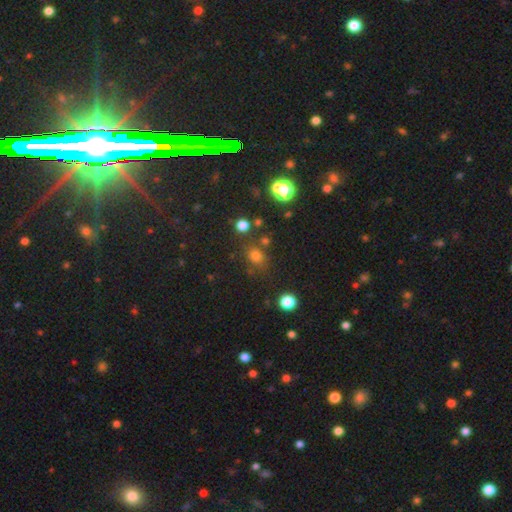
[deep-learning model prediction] Overall: smooth (69%). How rounded: round (68%; in between 30%). Merging: none (74%).